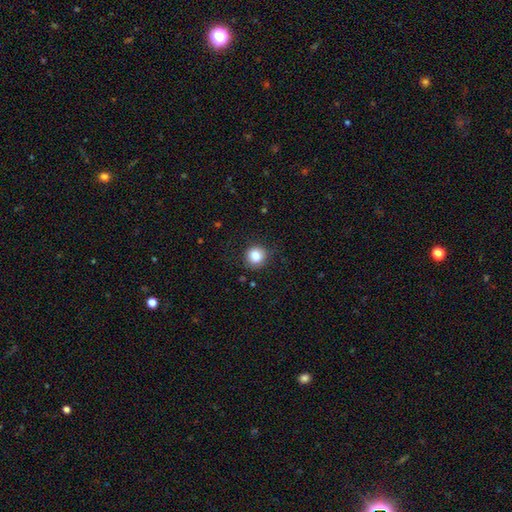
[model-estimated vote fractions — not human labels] smooth 83%, star or artifact 10%, featured or disk 6%. Down the decision tree: how rounded — round (90%); merging — none (86%).